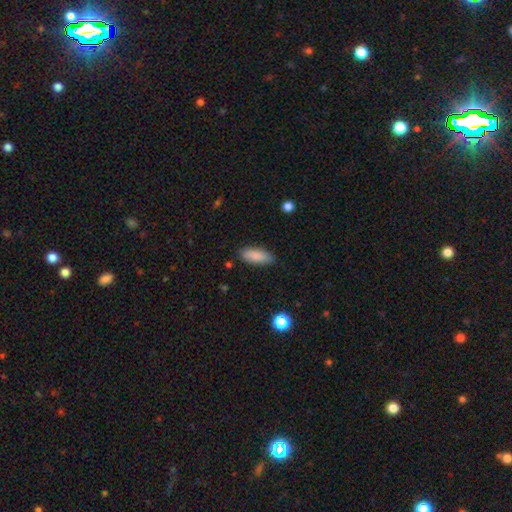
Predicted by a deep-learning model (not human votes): smooth-or-featured: smooth: 87% | featured or disk: 6% | star or artifact: 6%
  how-rounded: in between: 72% | cigar-shaped: 26% | round: 2%
  merging: none: 85% | minor disturbance: 11% | major disturbance: 2% | merger: 1%